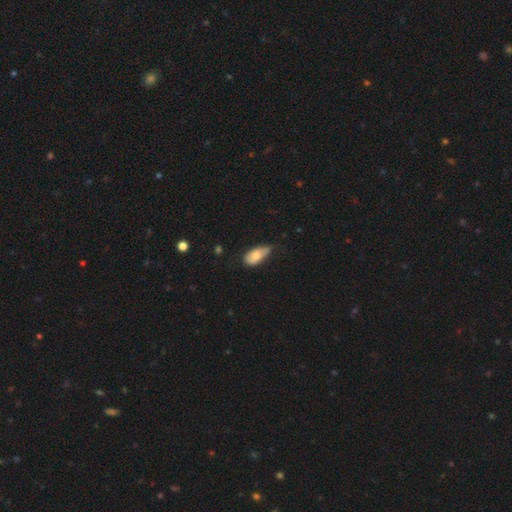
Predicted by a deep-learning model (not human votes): A smooth galaxy with no disk features (71%) that is in between round and cigar-shaped (91%). Merging: minor disturbance (48%).